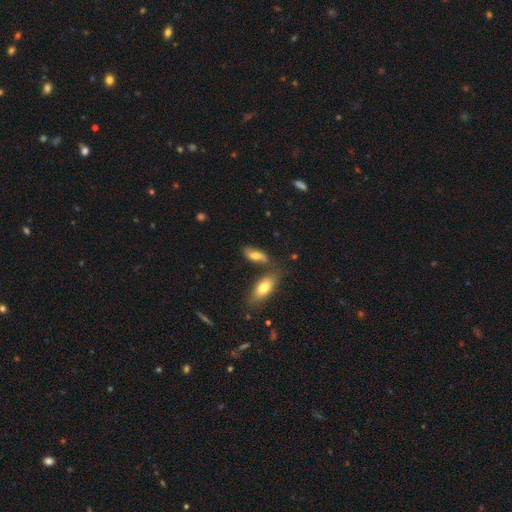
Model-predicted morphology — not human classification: smooth_or_featured: smooth (p=0.59) [alt: featured or disk p=0.32]
how_rounded: in between (p=0.76) [alt: cigar-shaped p=0.20]
merging: none (p=0.61) [alt: minor disturbance p=0.17]